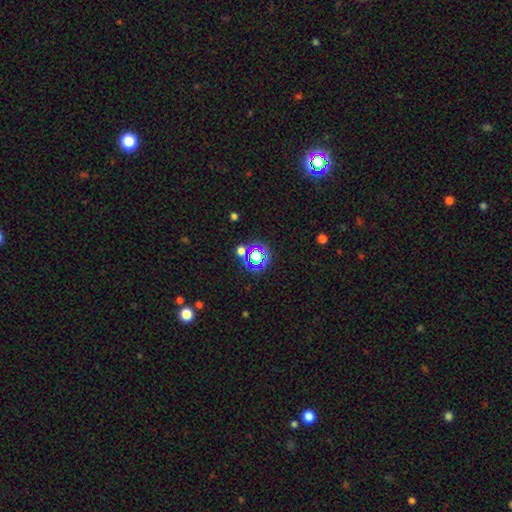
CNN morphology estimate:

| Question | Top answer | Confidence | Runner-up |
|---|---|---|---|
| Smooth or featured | star or artifact | 59% | smooth (30%) |